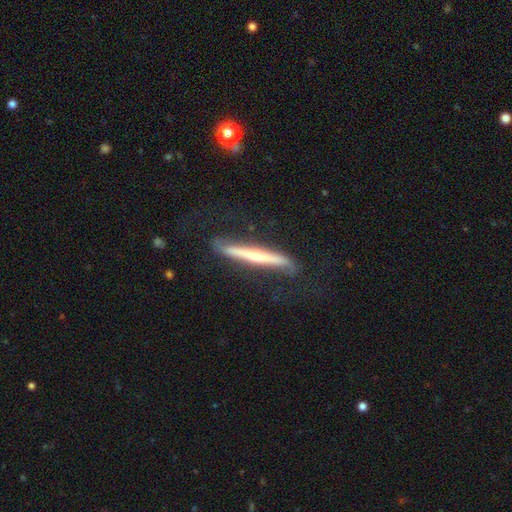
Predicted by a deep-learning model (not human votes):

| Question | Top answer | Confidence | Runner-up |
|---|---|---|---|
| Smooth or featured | featured or disk | 67% | smooth (27%) |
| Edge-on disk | yes | 93% | no (7%) |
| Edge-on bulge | rounded | 52% | none (41%) |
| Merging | none | 74% | minor disturbance (18%) |